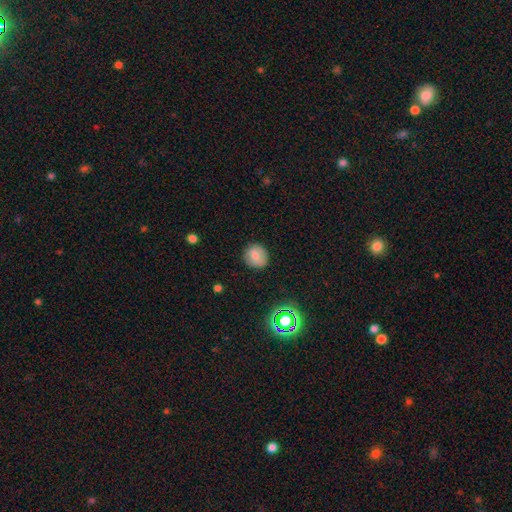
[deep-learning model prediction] Q: Smooth or featured?
A: smooth (78%); runner-up: star or artifact (12%)
Q: How rounded?
A: round (89%); runner-up: in between (10%)
Q: Merging?
A: none (86%); runner-up: minor disturbance (11%)